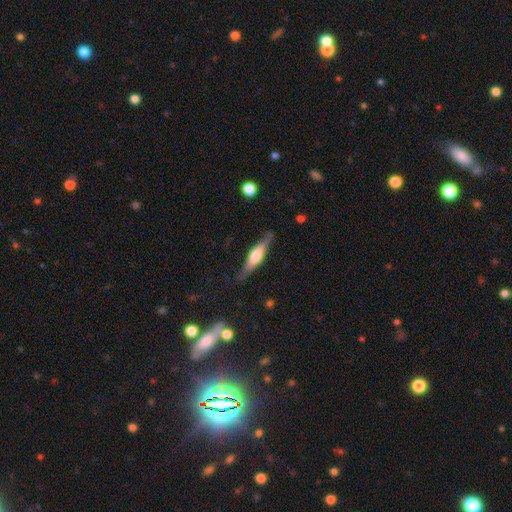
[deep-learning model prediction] A featured or disk galaxy (59%) viewed edge-on (93%) with a rounded central bulge (79%).

Vote fractions:
- Smooth or featured? featured or disk: 59% / smooth: 36% / star or artifact: 6%
- Edge-on disk? yes: 93% / no: 7%
- Edge-on bulge? rounded: 79% / boxy: 17% / none: 4%
- Merging? none: 78% / minor disturbance: 16% / major disturbance: 4% / merger: 2%